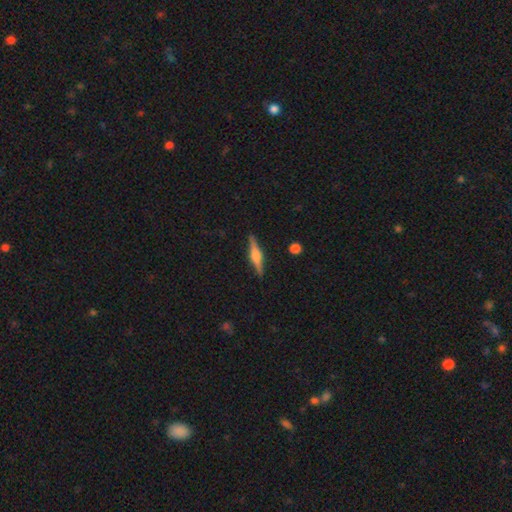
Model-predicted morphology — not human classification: Smooth or featured: featured or disk — 69% (smooth — 24%)
Edge-on disk: yes — 98% (no — 2%)
Edge-on bulge: rounded — 86% (boxy — 11%)
Merging: none — 90% (minor disturbance — 7%)